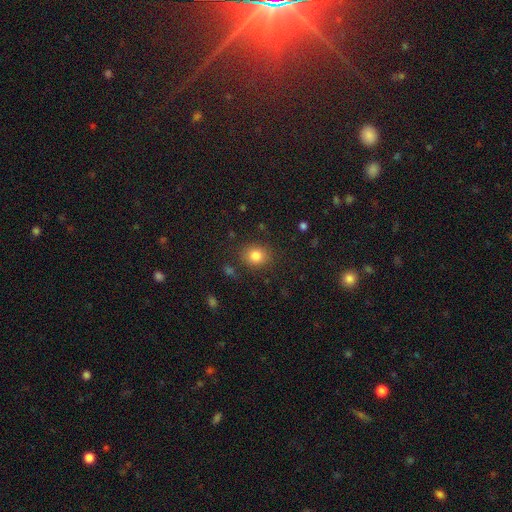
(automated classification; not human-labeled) Smooth or featured: smooth — 82% (star or artifact — 11%)
How rounded: round — 68% (in between — 31%)
Merging: none — 85% (minor disturbance — 10%)